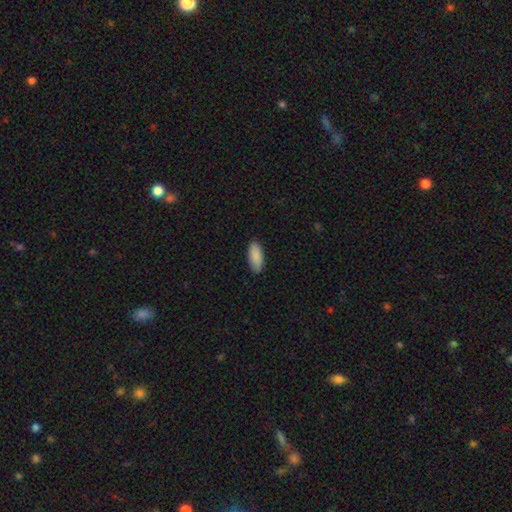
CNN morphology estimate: Smooth or featured: smooth — 90% (star or artifact — 6%)
How rounded: in between — 86% (cigar-shaped — 12%)
Merging: none — 89% (minor disturbance — 9%)